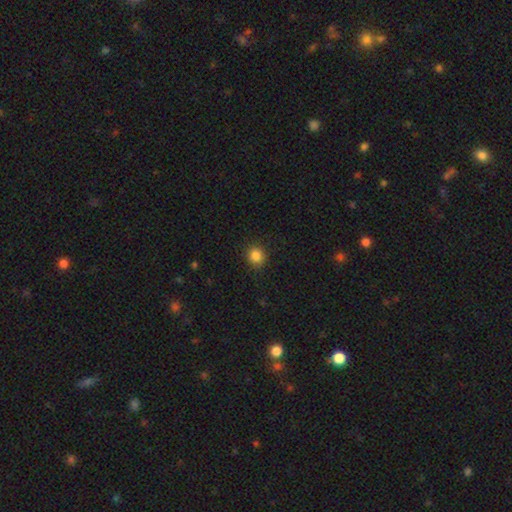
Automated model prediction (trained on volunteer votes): smooth_or_featured: smooth (p=0.84) [alt: star or artifact p=0.12]
how_rounded: round (p=0.82) [alt: in between p=0.17]
merging: none (p=0.89) [alt: minor disturbance p=0.08]